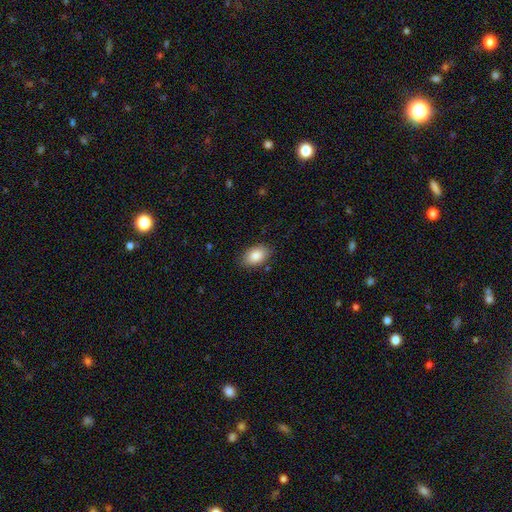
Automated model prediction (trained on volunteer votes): Smooth or featured? Predicted: smooth (p=0.86). How rounded? Predicted: in between (p=0.91). Merging? Predicted: none (p=0.85).